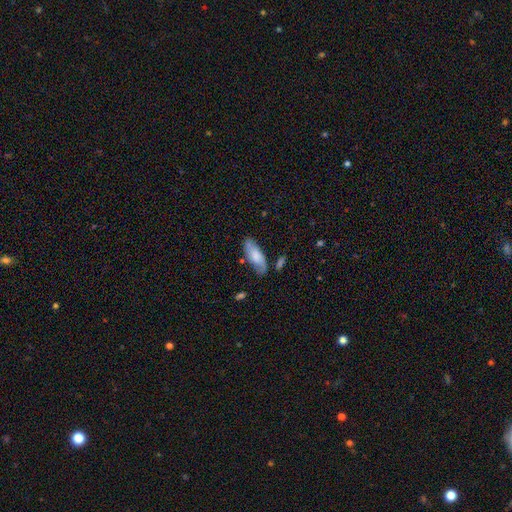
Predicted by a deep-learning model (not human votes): Smooth or featured? Predicted: smooth (p=0.62). How rounded? Predicted: in between (p=0.70). Merging? Predicted: none (p=0.72).